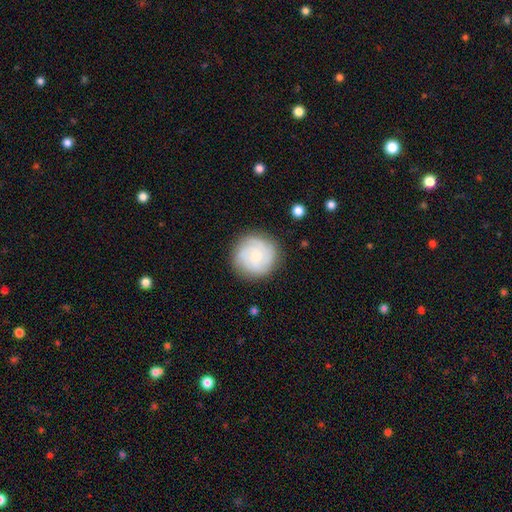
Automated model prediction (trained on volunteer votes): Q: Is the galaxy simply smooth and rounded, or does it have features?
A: featured or disk — 53%.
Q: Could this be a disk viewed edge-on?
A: no — 98%.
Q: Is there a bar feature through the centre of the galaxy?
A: no — 77%.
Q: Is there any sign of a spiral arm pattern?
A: yes — 88%.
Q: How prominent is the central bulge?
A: small — 57%.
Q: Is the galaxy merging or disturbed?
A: none — 83%.